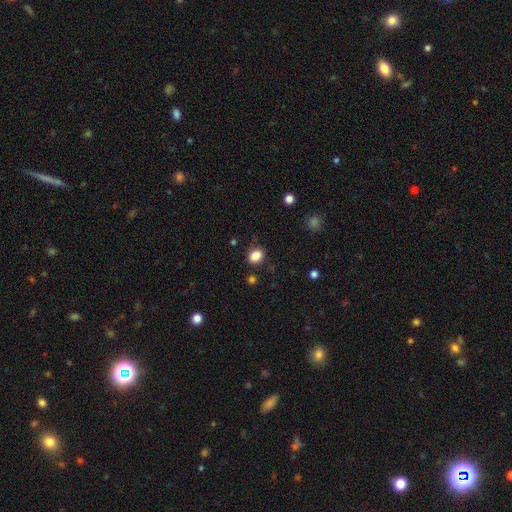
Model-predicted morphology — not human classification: smooth 86%, star or artifact 10%, featured or disk 4%. Down the decision tree: how rounded — in between (63%); merging — none (81%).